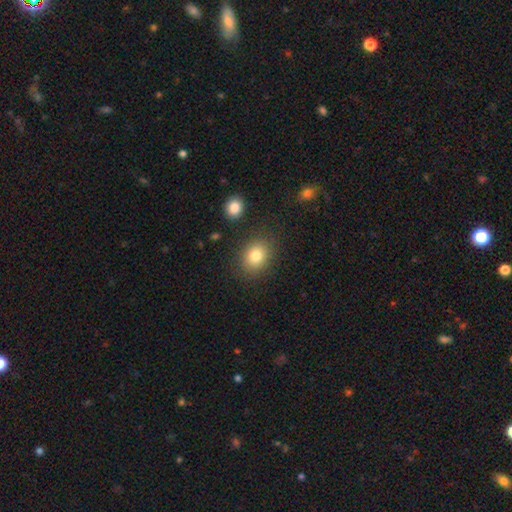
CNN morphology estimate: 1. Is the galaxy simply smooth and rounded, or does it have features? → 81% smooth, 10% star or artifact, 9% featured or disk.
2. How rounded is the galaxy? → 50% round, 49% in between, 1% cigar-shaped.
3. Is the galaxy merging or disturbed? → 82% none, 11% minor disturbance, 4% major disturbance, 3% merger.